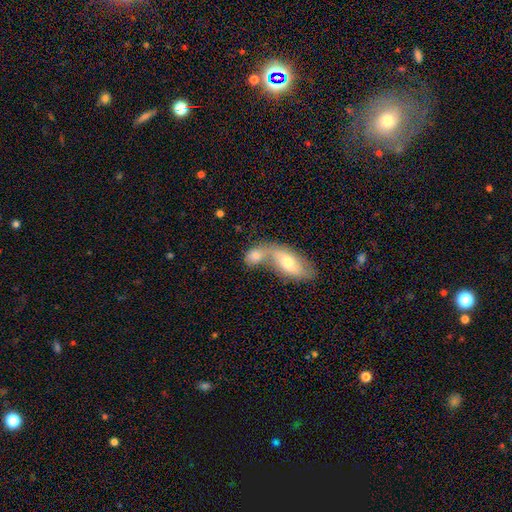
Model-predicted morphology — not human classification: Smooth or featured?
  - smooth: 66% *
  - featured or disk: 27%
  - star or artifact: 7%
How rounded?
  - in between: 76% *
  - round: 18%
  - cigar-shaped: 6%
Merging?
  - merger: 66% *
  - none: 22%
  - minor disturbance: 7%
  - major disturbance: 5%